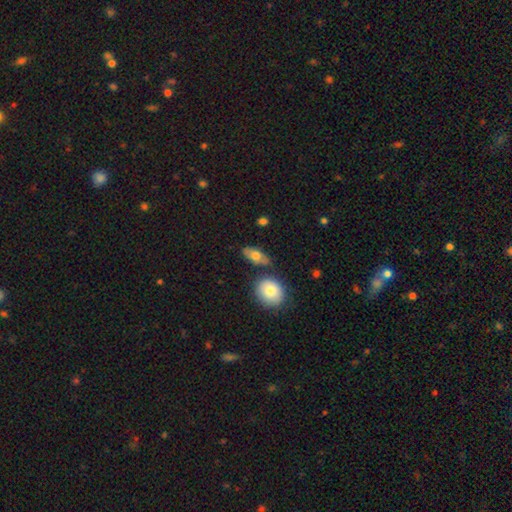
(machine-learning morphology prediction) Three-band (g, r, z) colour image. It shows a smooth galaxy with no disk features (69%) that is in between round and cigar-shaped (81%). Merging: none (69%).